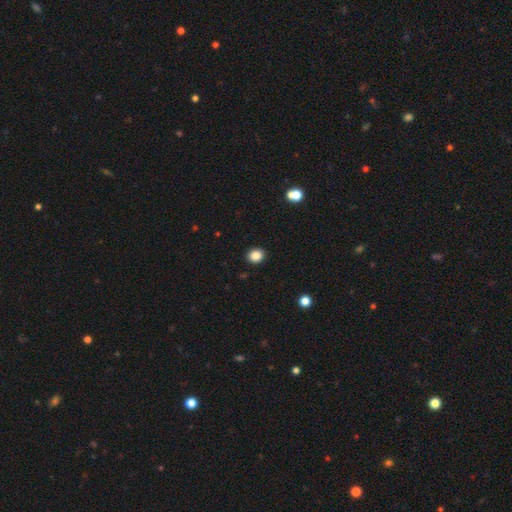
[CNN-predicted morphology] A smooth galaxy with no disk features (86%) that is round (69%).

Vote fractions:
- Smooth or featured? smooth: 86% / star or artifact: 10% / featured or disk: 4%
- How rounded? round: 69% / in between: 30% / cigar-shaped: 1%
- Merging? none: 92% / minor disturbance: 5% / major disturbance: 2% / merger: 1%